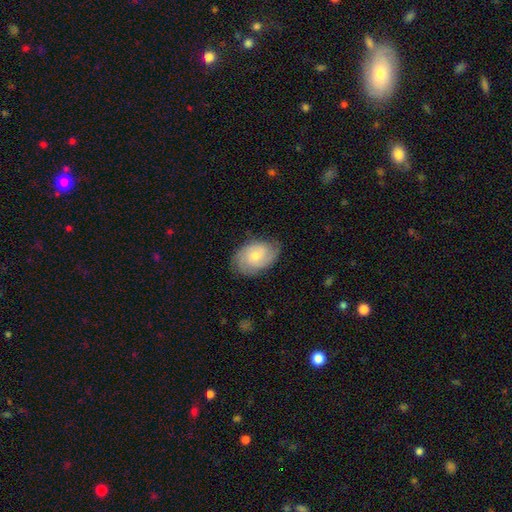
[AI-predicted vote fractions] smooth-or-featured: featured or disk: 65% | smooth: 29% | star or artifact: 6%
  disk-edge-on: no: 96% | yes: 4%
    bar: no: 71% | weak: 26% | strong: 3%
    has-spiral-arms: yes: 92% | no: 8%
      spiral-winding: tight: 61% | medium: 31% | loose: 8%
      spiral-arm-count: 2: 36% | can't tell: 31% | 3: 19% | 4: 5% | 1: 5% | more than 4: 4%
    bulge-size: moderate: 49% | small: 45% | large: 3% | none: 2% | dominant: 1%
  merging: none: 76% | minor disturbance: 18% | major disturbance: 5% | merger: 1%